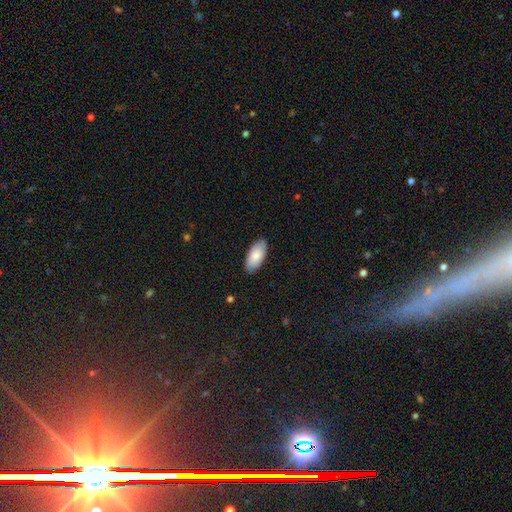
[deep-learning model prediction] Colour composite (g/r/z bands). It shows a smooth galaxy with no disk features (81%) that is in between round and cigar-shaped (93%). Merging: none (86%).